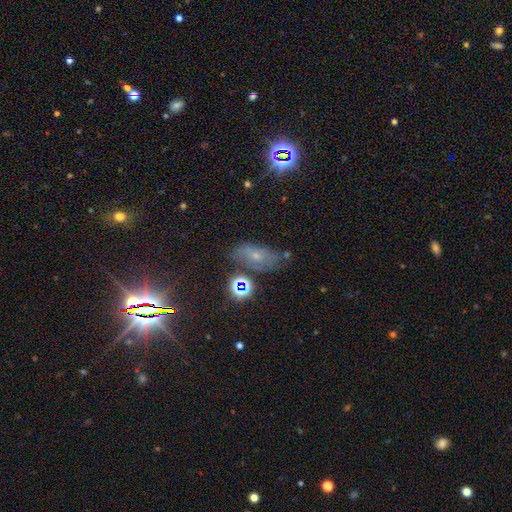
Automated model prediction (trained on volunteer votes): smooth-or-featured: smooth: 35% | featured or disk: 33% | star or artifact: 32%
  merging: none: 63% | minor disturbance: 22% | major disturbance: 10% | merger: 5%